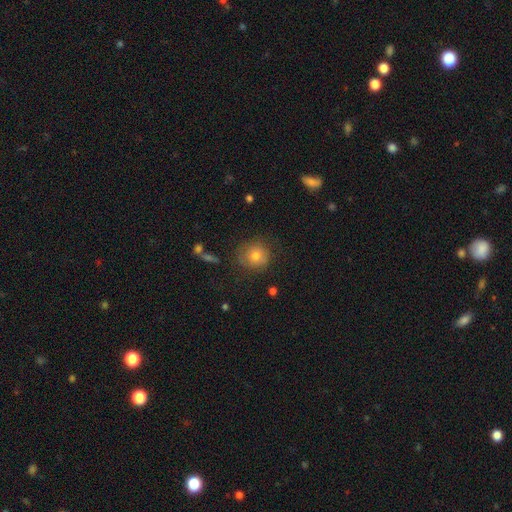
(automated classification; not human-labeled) A smooth galaxy with no disk features (69%) that is round (89%).

Vote fractions:
- Smooth or featured? smooth: 69% / featured or disk: 19% / star or artifact: 13%
- How rounded? round: 89% / in between: 10% / cigar-shaped: 1%
- Merging? none: 74% / minor disturbance: 17% / major disturbance: 7% / merger: 2%